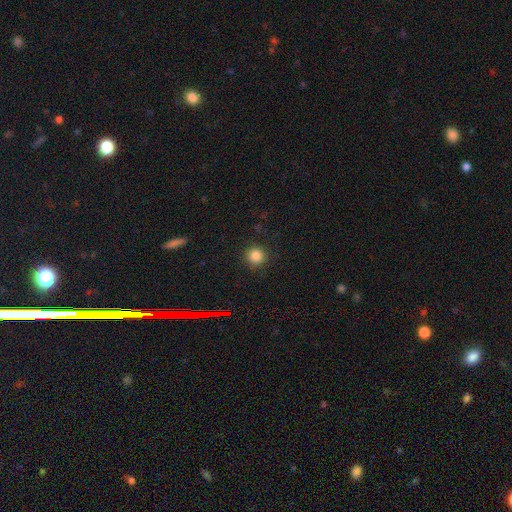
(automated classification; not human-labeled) This is clearly a smooth galaxy (82%). How rounded: clearly round (93%). Merging: clearly none (90%).